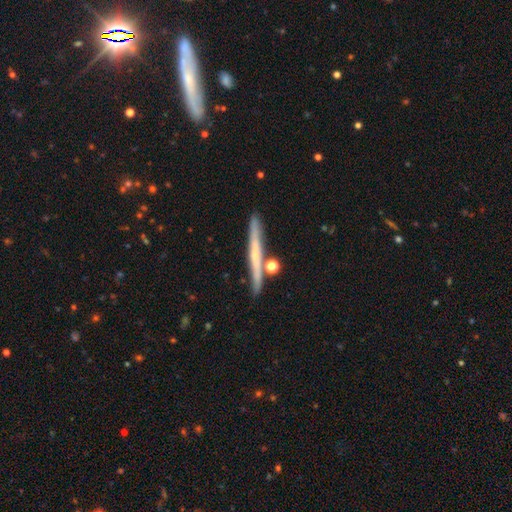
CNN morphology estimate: This appears to be a featured or disk galaxy (49%). Merging: none (83%).